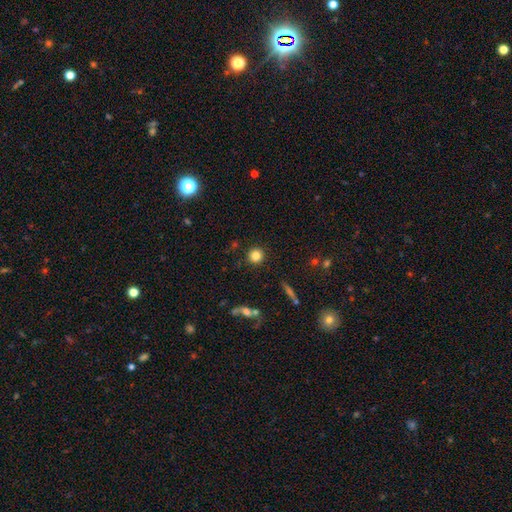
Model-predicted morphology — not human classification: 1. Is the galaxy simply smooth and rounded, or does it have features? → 82% smooth, 11% star or artifact, 6% featured or disk.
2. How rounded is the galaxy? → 94% round, 5% in between, 1% cigar-shaped.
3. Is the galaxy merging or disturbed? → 90% none, 6% minor disturbance, 2% merger, 2% major disturbance.